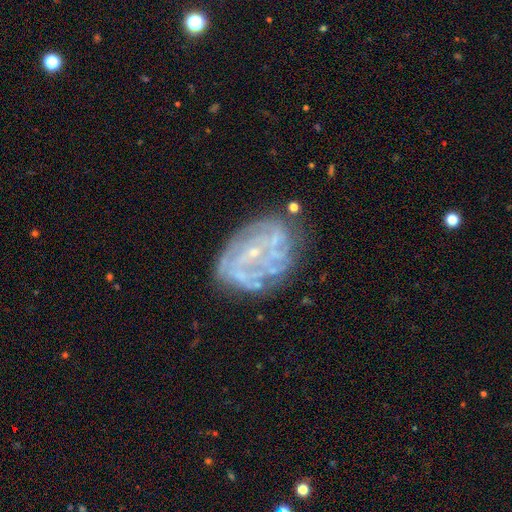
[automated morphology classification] Q: Smooth or featured?
A: featured or disk (77%); runner-up: smooth (12%)
Q: Edge-on disk?
A: no (97%); runner-up: yes (3%)
Q: Bar?
A: no (64%); runner-up: weak (27%)
Q: Spiral arms?
A: yes (71%); runner-up: no (29%)
Q: Spiral winding?
A: tight (54%); runner-up: medium (31%)
Q: Spiral arm count?
A: can't tell (46%); runner-up: 2 (13%)
Q: Bulge size?
A: small (80%); runner-up: moderate (9%)
Q: Merging?
A: none (66%); runner-up: minor disturbance (19%)